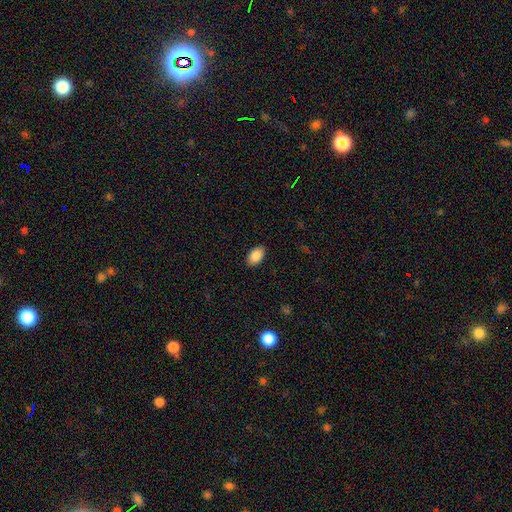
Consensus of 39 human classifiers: smooth-or-featured: smooth: 95% | featured or disk: 3% | star or artifact: 3%
  how-rounded: in between: 100% | round: 0% | cigar-shaped: 0%
  merging: none: 89% | minor disturbance: 11% | major disturbance: 0% | merger: 0%